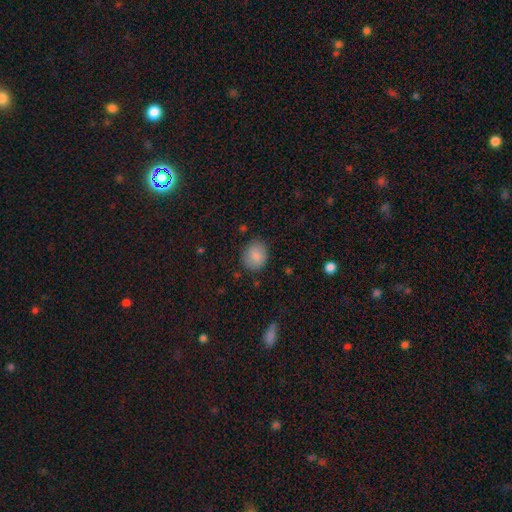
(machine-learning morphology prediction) Smooth or featured? smooth (85%)
How rounded? round (66%)
Merging? none (82%)